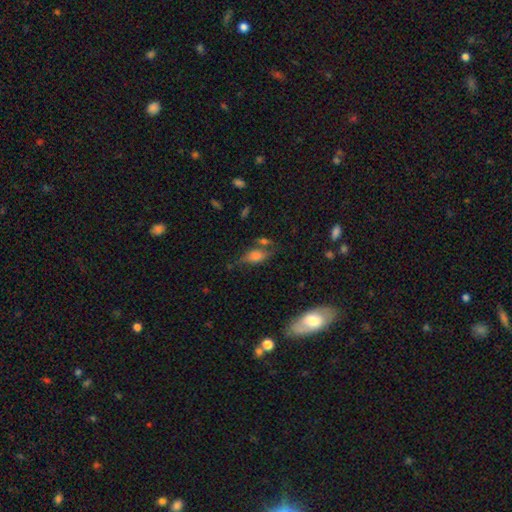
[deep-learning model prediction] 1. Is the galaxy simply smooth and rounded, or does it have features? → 54% smooth, 34% featured or disk, 11% star or artifact.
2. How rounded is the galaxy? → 77% in between, 14% cigar-shaped, 9% round.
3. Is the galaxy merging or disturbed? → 49% none, 26% minor disturbance, 13% major disturbance, 12% merger.